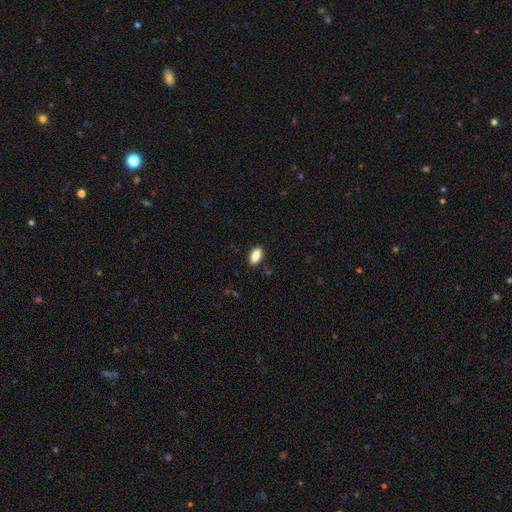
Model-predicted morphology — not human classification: Smooth or featured? smooth (89%)
How rounded? in between (92%)
Merging? none (88%)